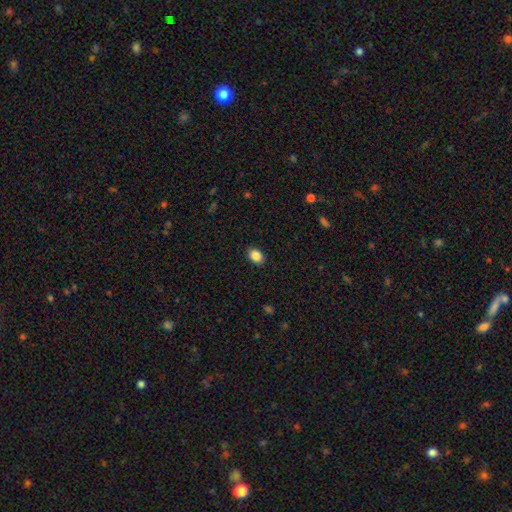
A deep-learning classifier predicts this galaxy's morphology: This appears to be a smooth galaxy with no disk features (87%) that is in between round and cigar-shaped (73%). Merging: none (90%).